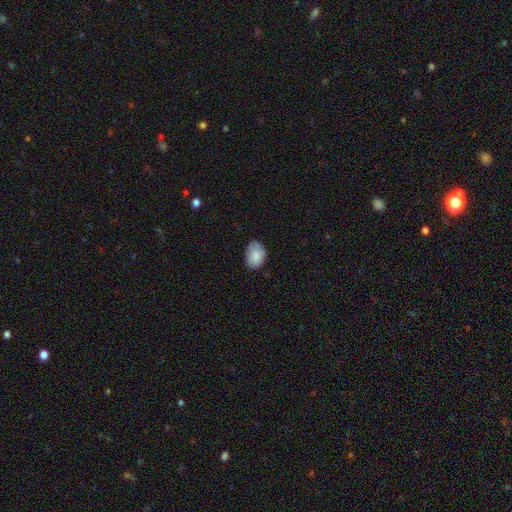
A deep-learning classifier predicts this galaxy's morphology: type=smooth (84%); roundness=in between (80%); merging=none (72%).